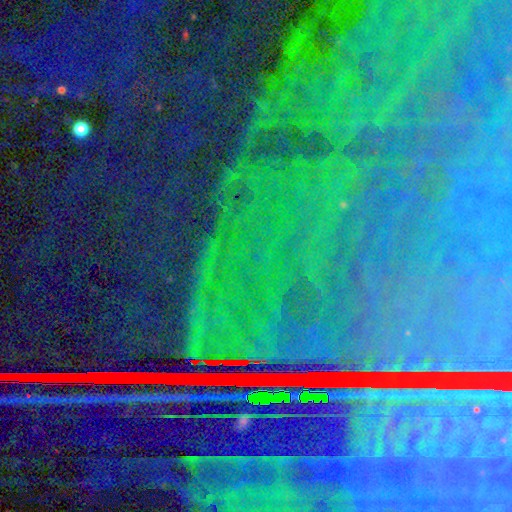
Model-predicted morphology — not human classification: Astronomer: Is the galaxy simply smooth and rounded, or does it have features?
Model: star or artifact — 88%.